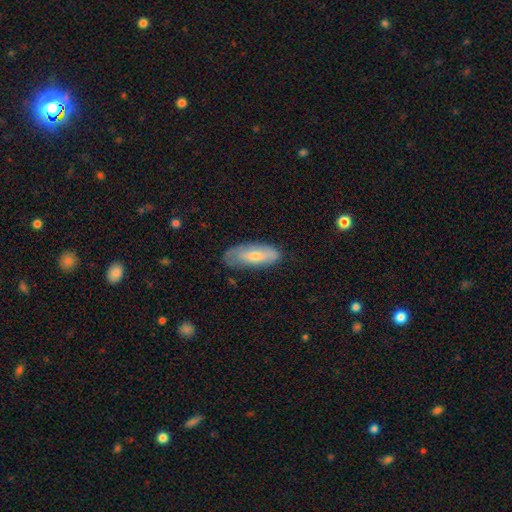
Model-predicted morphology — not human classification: A smooth galaxy with no disk features (59%) that is in between round and cigar-shaped (74%).

Vote fractions:
- Smooth or featured? smooth: 59% / featured or disk: 35% / star or artifact: 6%
- How rounded? in between: 74% / cigar-shaped: 24% / round: 2%
- Merging? none: 68% / minor disturbance: 24% / major disturbance: 6% / merger: 2%